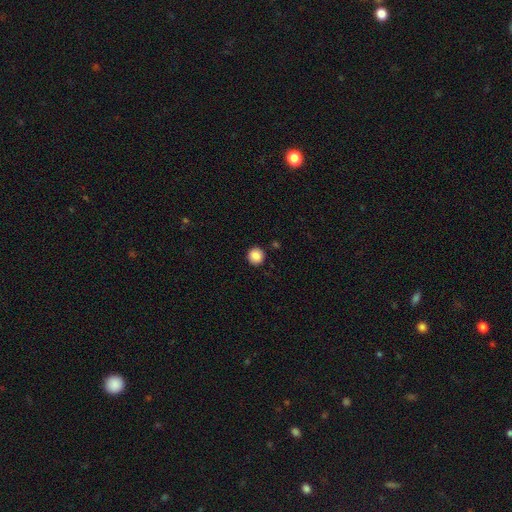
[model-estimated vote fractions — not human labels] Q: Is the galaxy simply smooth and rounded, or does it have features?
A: smooth — 87%.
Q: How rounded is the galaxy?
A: round — 94%.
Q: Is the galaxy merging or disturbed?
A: none — 91%.